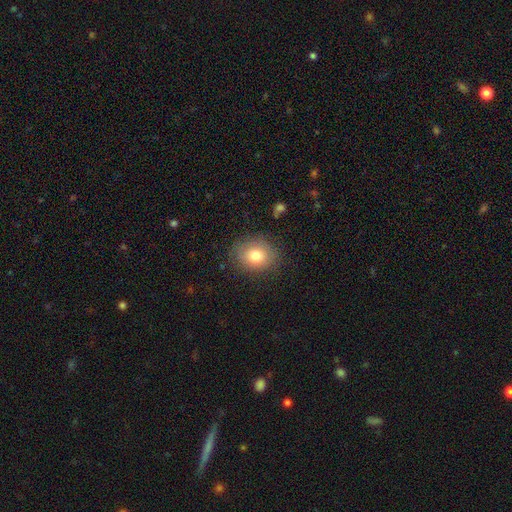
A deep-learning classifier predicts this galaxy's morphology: smooth 77%, featured or disk 12%, star or artifact 11%. Down the decision tree: how rounded — round (61%); merging — none (83%).